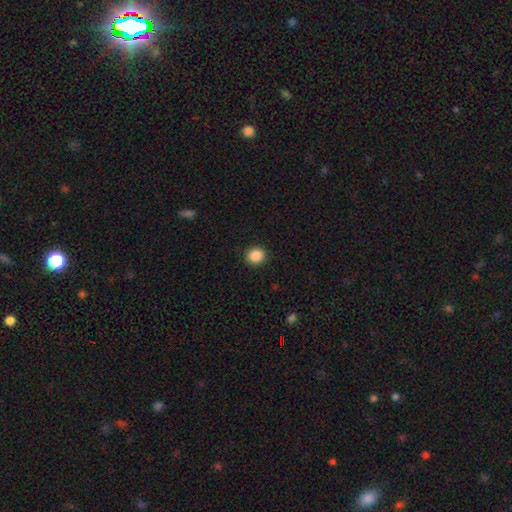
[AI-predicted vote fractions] A smooth galaxy with no disk features (87%) that is round (88%). Merging: none (92%).